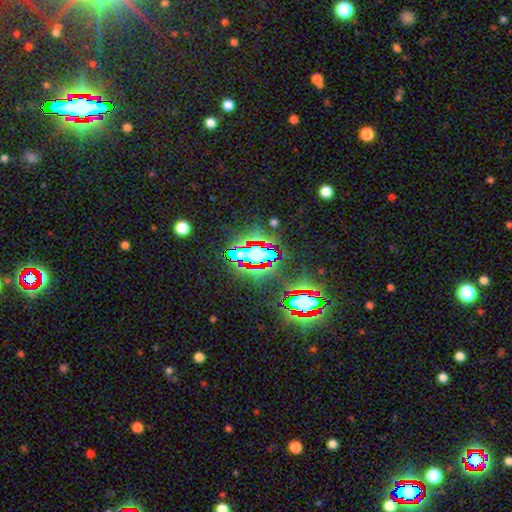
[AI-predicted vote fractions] The model was most divided on "smooth or featured": star or artifact: 69%, smooth: 19%, featured or disk: 12%.